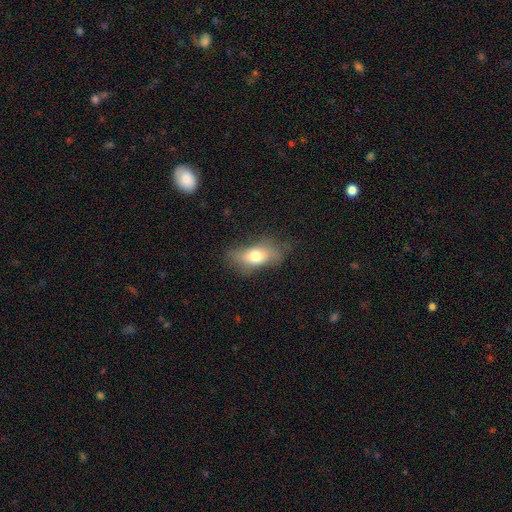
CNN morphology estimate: A smooth galaxy with no disk features (70%) that is in between round and cigar-shaped (83%).

Vote fractions:
- Smooth or featured? smooth: 70% / featured or disk: 21% / star or artifact: 9%
- How rounded? in between: 83% / cigar-shaped: 9% / round: 8%
- Merging? none: 57% / minor disturbance: 27% / major disturbance: 14% / merger: 2%